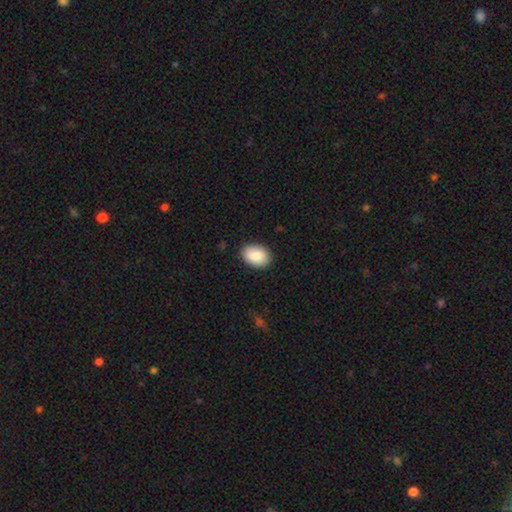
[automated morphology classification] smooth 85%, featured or disk 9%, star or artifact 7%. Down the decision tree: how rounded — in between (81%); merging — none (87%).